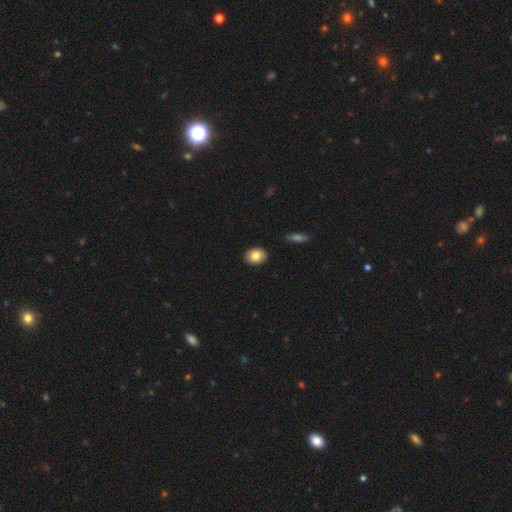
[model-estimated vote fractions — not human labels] Q: Smooth or featured?
A: smooth (84%); runner-up: featured or disk (9%)
Q: How rounded?
A: in between (59%); runner-up: round (39%)
Q: Merging?
A: none (90%); runner-up: minor disturbance (7%)